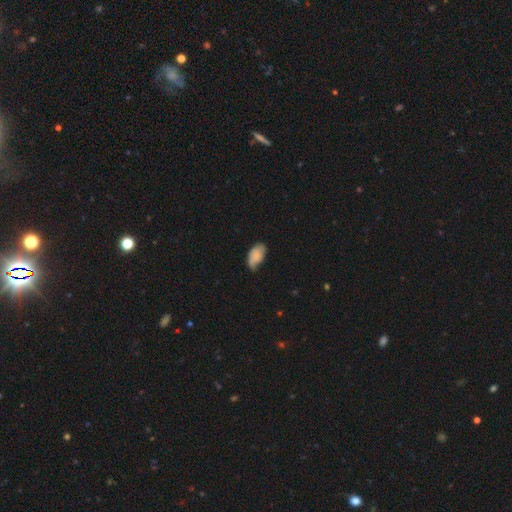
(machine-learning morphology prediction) Smooth or featured? smooth (77%)
How rounded? in between (93%)
Merging? none (45%)